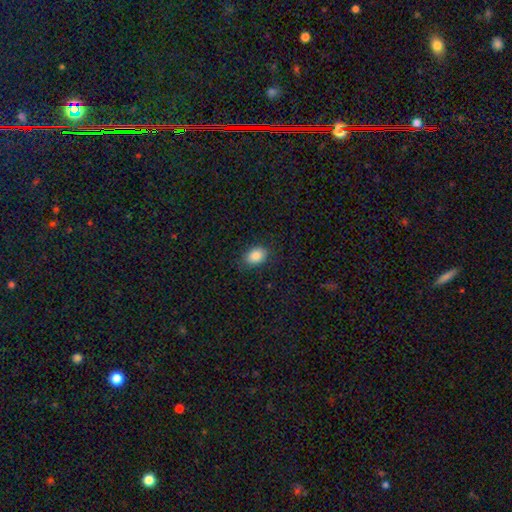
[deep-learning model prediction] A smooth galaxy with no disk features (86%) that is in between round and cigar-shaped (78%). Merging: none (86%).